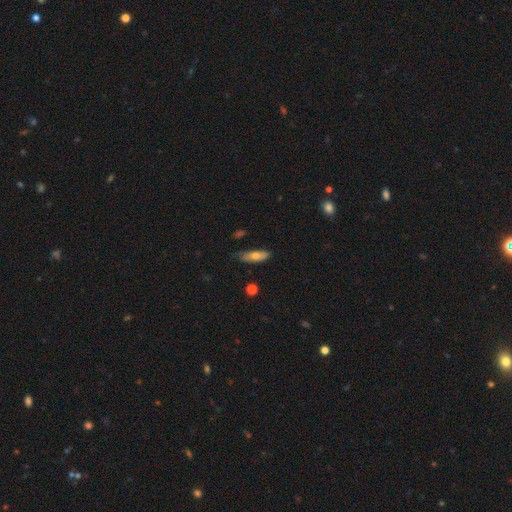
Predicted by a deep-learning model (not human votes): smooth_or_featured: smooth (p=0.69) [alt: featured or disk p=0.24]
how_rounded: cigar-shaped (p=0.53) [alt: in between p=0.45]
merging: none (p=0.71) [alt: minor disturbance p=0.24]